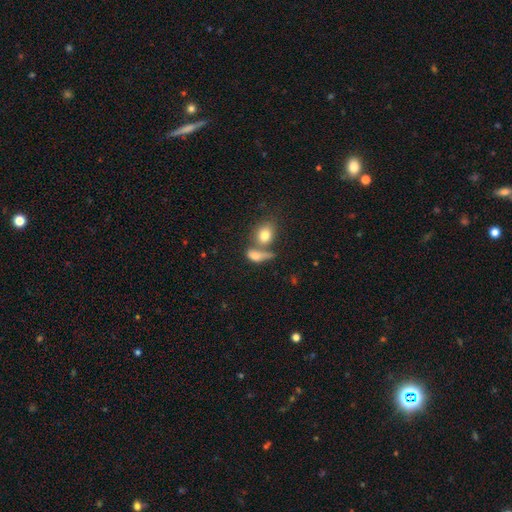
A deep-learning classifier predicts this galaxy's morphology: The model was most divided on "merging": merger: 47%, none: 32%, minor disturbance: 12%, major disturbance: 10%. More confident: smooth or featured — smooth (73%); how rounded — in between (65%).